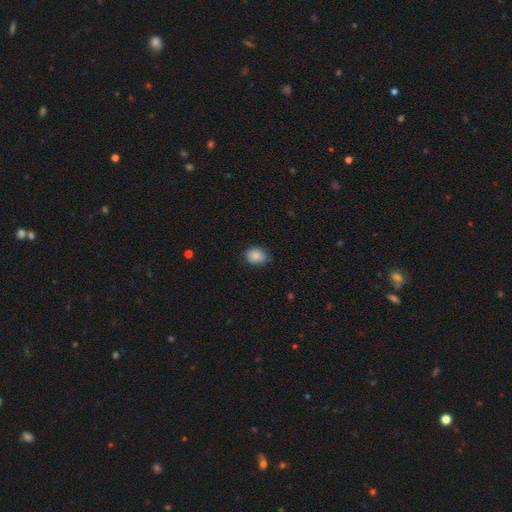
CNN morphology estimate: smooth_or_featured: smooth (p=0.87) [alt: star or artifact p=0.08]
how_rounded: round (p=0.52) [alt: in between p=0.47]
merging: none (p=0.81) [alt: minor disturbance p=0.15]